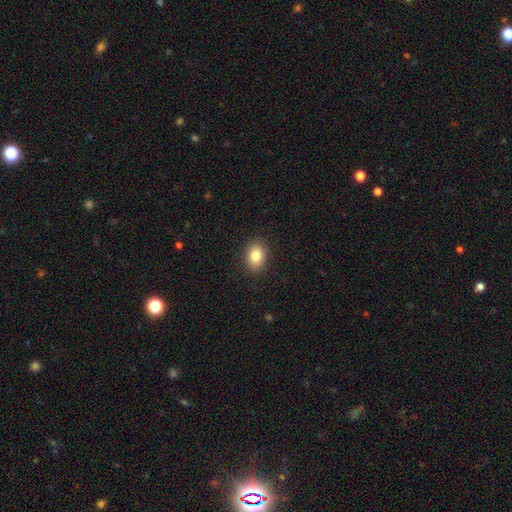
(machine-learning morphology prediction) A smooth galaxy with no disk features (83%) that is in between round and cigar-shaped (69%). Merging: none (90%).